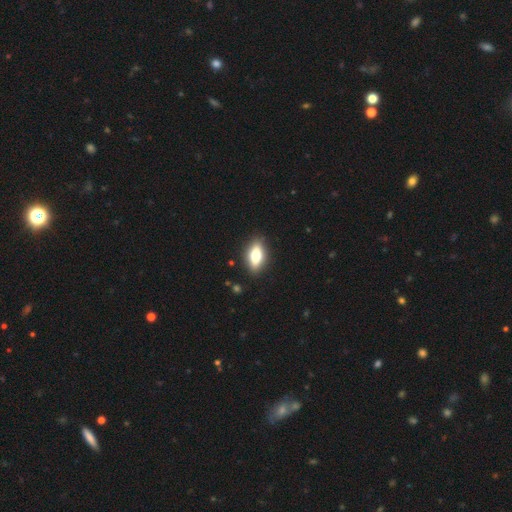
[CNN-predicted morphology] A smooth galaxy with no disk features (66%) that is in between round and cigar-shaped (80%).

Vote fractions:
- Smooth or featured? smooth: 66% / featured or disk: 27% / star or artifact: 8%
- How rounded? in between: 80% / cigar-shaped: 14% / round: 5%
- Merging? none: 87% / minor disturbance: 9% / major disturbance: 2% / merger: 1%